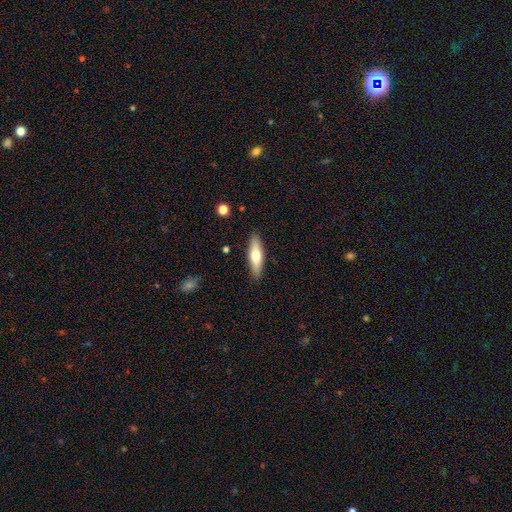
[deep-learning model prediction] A smooth galaxy with no disk features (64%) that is cigar-shaped (58%).

Vote fractions:
- Smooth or featured? smooth: 64% / featured or disk: 31% / star or artifact: 6%
- How rounded? cigar-shaped: 58% / in between: 41% / round: 2%
- Merging? none: 88% / minor disturbance: 9% / major disturbance: 2% / merger: 1%